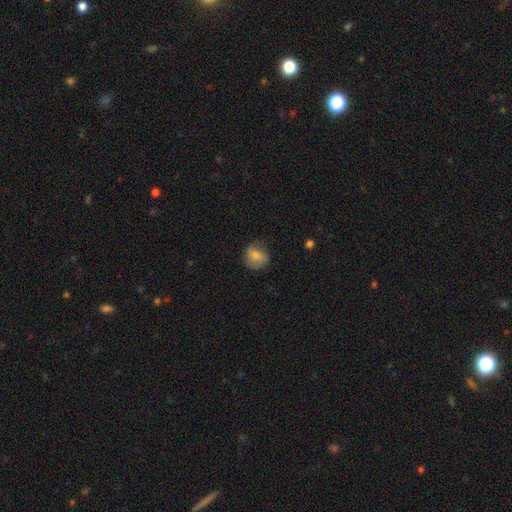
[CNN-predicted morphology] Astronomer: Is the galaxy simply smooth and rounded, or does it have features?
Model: smooth — 71%.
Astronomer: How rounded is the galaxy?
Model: round — 73%.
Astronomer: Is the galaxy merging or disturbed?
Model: none — 64%.